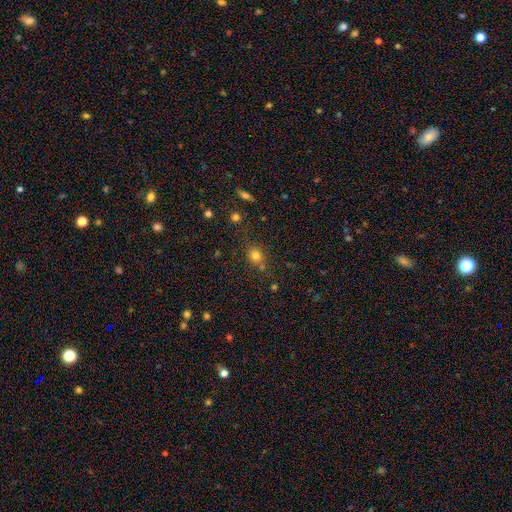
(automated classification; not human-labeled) smooth_or_featured: smooth (p=0.77) [alt: star or artifact p=0.15]
how_rounded: round (p=0.73) [alt: in between p=0.25]
merging: none (p=0.69) [alt: minor disturbance p=0.14]